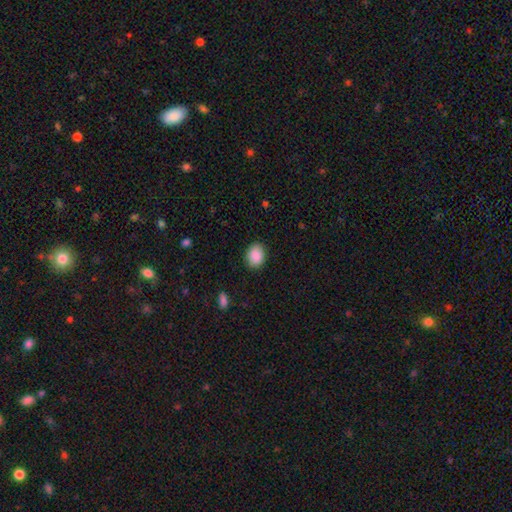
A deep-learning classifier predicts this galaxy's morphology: This is clearly a smooth galaxy (89%). How rounded: likely in between (62%). Merging: clearly none (86%).